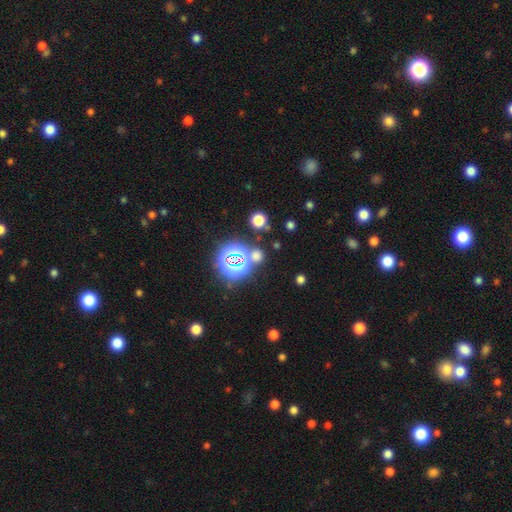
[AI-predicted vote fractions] This appears to be a smooth galaxy with no disk features (48%). Merging: none (75%).